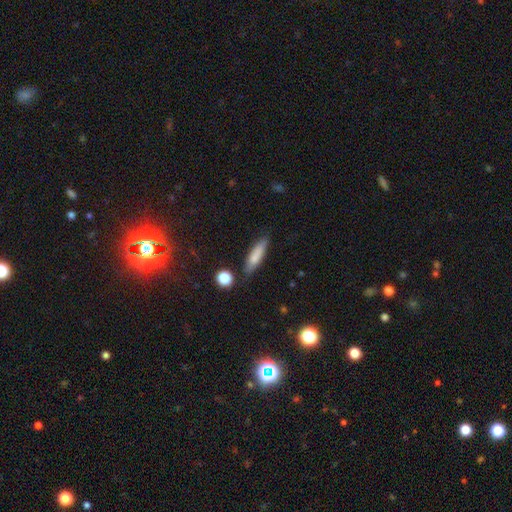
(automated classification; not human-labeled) Smooth or featured? smooth (76%)
How rounded? cigar-shaped (73%)
Merging? none (78%)